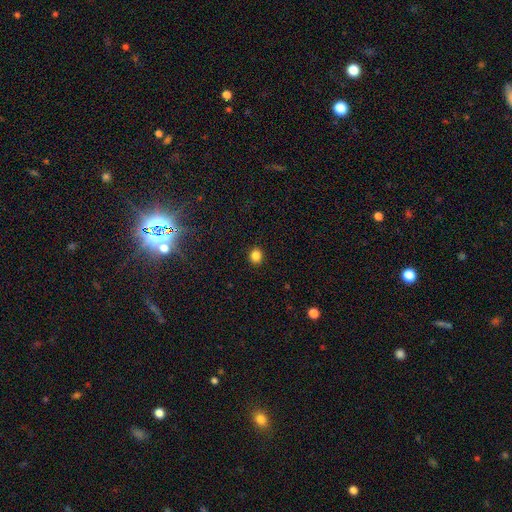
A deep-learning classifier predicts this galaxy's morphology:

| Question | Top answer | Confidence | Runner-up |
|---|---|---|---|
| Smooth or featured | smooth | 84% | star or artifact (12%) |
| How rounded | round | 75% | in between (24%) |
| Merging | none | 92% | minor disturbance (6%) |